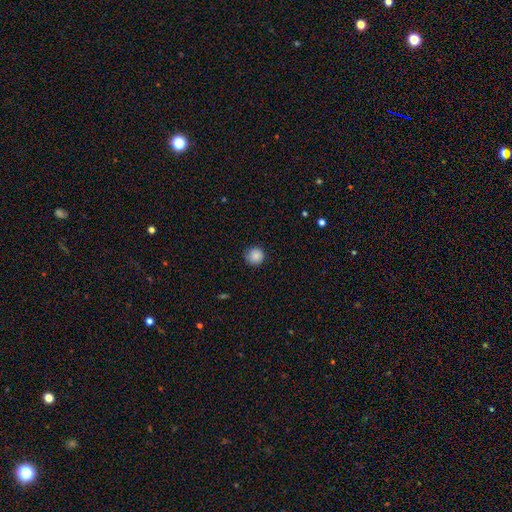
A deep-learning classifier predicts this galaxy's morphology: A smooth galaxy with no disk features (87%) that is round (94%).

Vote fractions:
- Smooth or featured? smooth: 87% / star or artifact: 9% / featured or disk: 4%
- How rounded? round: 94% / in between: 5% / cigar-shaped: 1%
- Merging? none: 87% / minor disturbance: 10% / major disturbance: 2% / merger: 1%